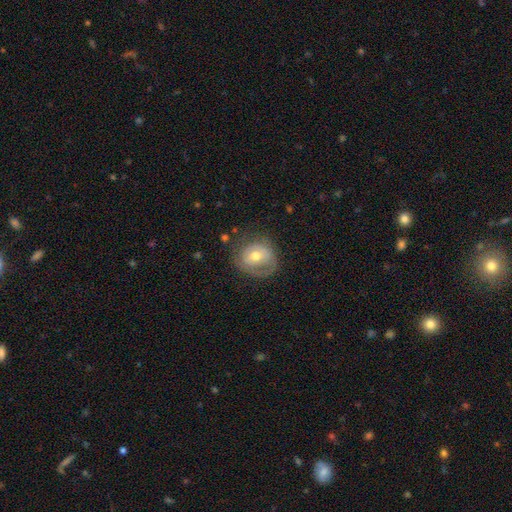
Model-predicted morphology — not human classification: Smooth or featured? Predicted: featured or disk (p=0.51). Edge-on disk? Predicted: no (p=0.96). Merging? Predicted: none (p=0.58).